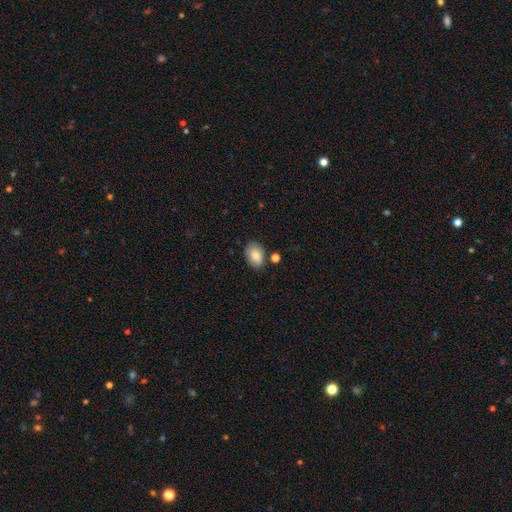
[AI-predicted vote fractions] A smooth galaxy with no disk features (82%) that is in between round and cigar-shaped (85%).

Vote fractions:
- Smooth or featured? smooth: 82% / featured or disk: 10% / star or artifact: 8%
- How rounded? in between: 85% / round: 14% / cigar-shaped: 1%
- Merging? none: 75% / minor disturbance: 16% / merger: 6% / major disturbance: 4%